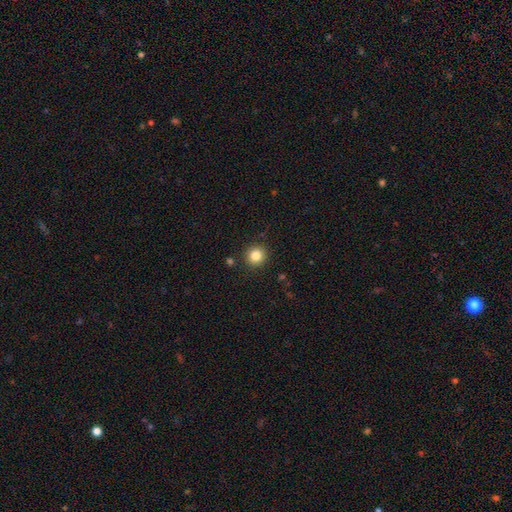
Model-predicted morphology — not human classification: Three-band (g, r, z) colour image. It shows a smooth galaxy with no disk features (83%) that is round (94%). Merging: none (90%).